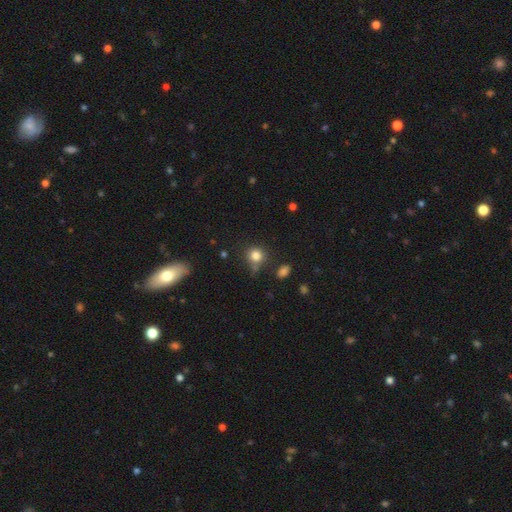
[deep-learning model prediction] smooth_or_featured: smooth (p=0.81) [alt: star or artifact p=0.13]
how_rounded: round (p=0.87) [alt: in between p=0.12]
merging: none (p=0.74) [alt: minor disturbance p=0.14]